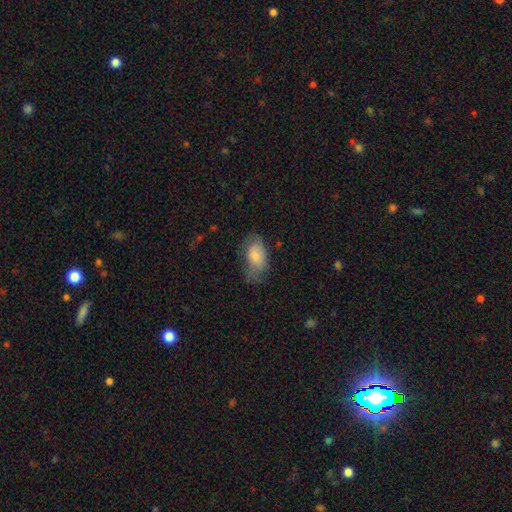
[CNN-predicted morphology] Q: Smooth or featured?
A: smooth (77%); runner-up: featured or disk (17%)
Q: How rounded?
A: in between (93%); runner-up: round (5%)
Q: Merging?
A: none (48%); runner-up: minor disturbance (33%)